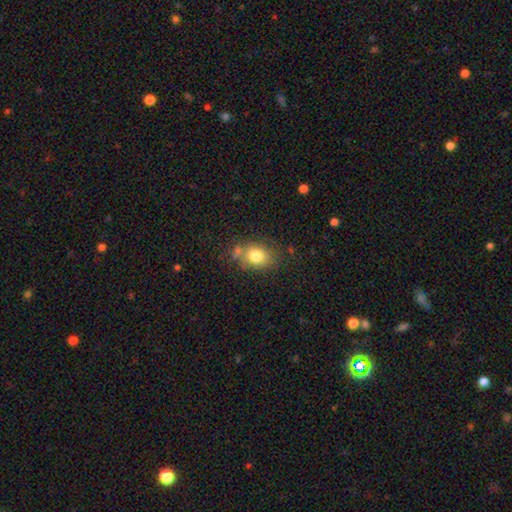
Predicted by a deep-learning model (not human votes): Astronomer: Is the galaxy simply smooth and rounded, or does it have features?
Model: smooth — 78%.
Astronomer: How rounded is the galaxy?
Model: in between — 58% (runner-up: round, 41%).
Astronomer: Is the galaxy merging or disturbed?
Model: none — 63%.